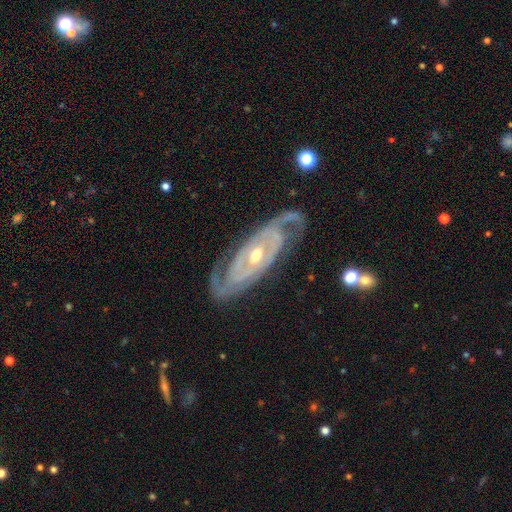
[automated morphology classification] A featured or disk galaxy (91%) with no bar (59%), 2 (75%) tight (70%) spiral arms (96%) and a moderate central bulge (52%). Merging: none (81%).